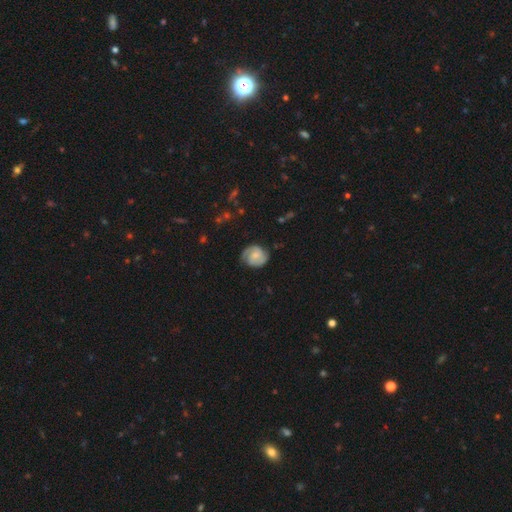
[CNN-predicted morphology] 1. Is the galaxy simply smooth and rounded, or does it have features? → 63% featured or disk, 30% smooth, 7% star or artifact.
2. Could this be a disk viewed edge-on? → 98% no, 2% yes.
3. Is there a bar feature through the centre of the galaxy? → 54% no, 39% weak, 7% strong.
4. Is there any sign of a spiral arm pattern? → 93% yes, 7% no.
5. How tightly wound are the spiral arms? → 48% tight, 39% medium, 13% loose.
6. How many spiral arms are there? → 77% 2, 11% can't tell, 6% 1, 4% 3, 1% 4, 1% more than 4.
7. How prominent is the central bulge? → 46% small, 32% moderate, 17% none, 4% large, 1% dominant.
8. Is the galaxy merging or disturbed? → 73% none, 19% minor disturbance, 6% major disturbance, 1% merger.